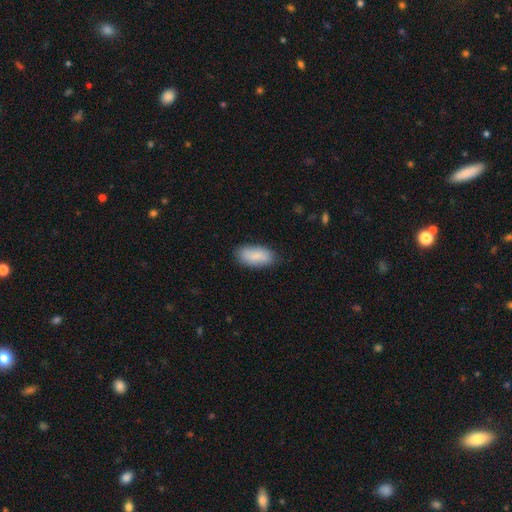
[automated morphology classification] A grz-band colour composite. It shows a smooth galaxy with no disk features (83%) that is in between round and cigar-shaped (92%). Merging: none (80%).